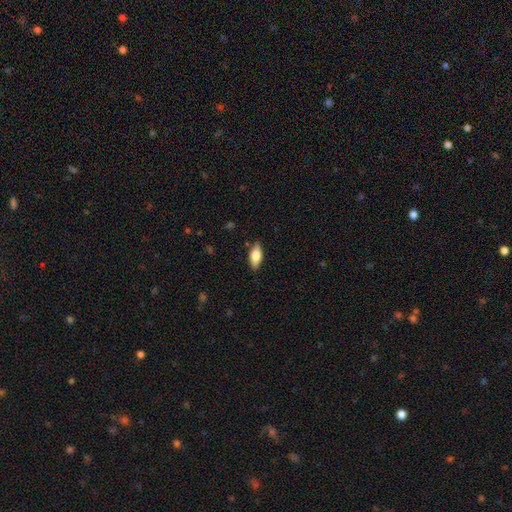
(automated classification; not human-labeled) A smooth galaxy with no disk features (71%) that is in between round and cigar-shaped (81%).

Vote fractions:
- Smooth or featured? smooth: 71% / featured or disk: 22% / star or artifact: 7%
- How rounded? in between: 81% / cigar-shaped: 16% / round: 3%
- Merging? none: 85% / minor disturbance: 11% / major disturbance: 2% / merger: 1%